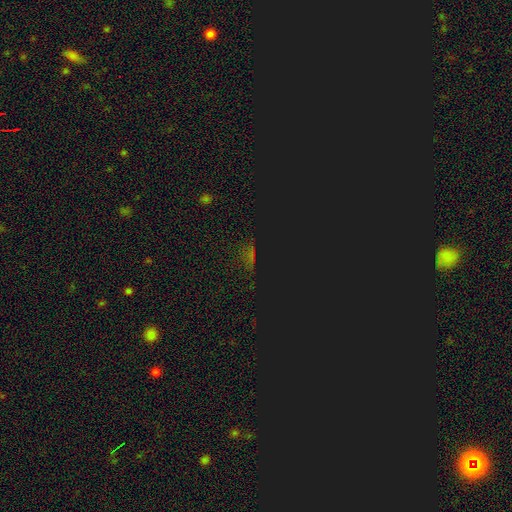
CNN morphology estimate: A star or artifact, not a galaxy (72%).

Vote fractions:
- Smooth or featured? star or artifact: 72% / smooth: 21% / featured or disk: 7%